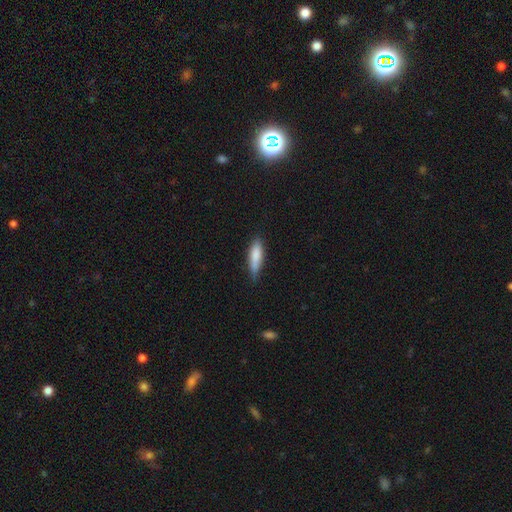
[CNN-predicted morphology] Smooth or featured?
  - smooth: 80% *
  - featured or disk: 14%
  - star or artifact: 6%
How rounded?
  - cigar-shaped: 59% *
  - in between: 39%
  - round: 2%
Merging?
  - none: 71% *
  - minor disturbance: 24%
  - major disturbance: 3%
  - merger: 1%